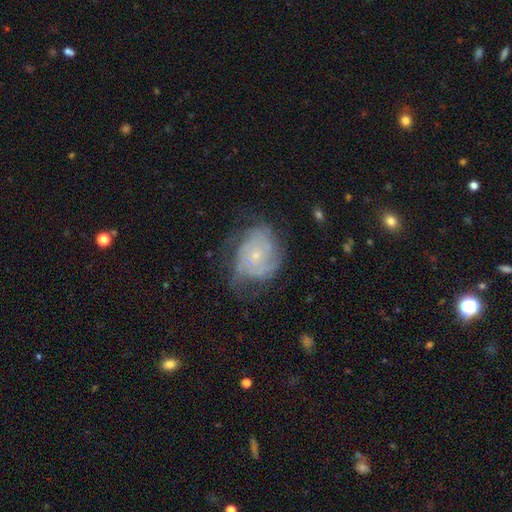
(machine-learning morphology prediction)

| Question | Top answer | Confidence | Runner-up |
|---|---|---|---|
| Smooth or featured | featured or disk | 72% | smooth (20%) |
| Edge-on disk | no | 97% | yes (3%) |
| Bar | no | 80% | weak (18%) |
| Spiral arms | yes | 87% | no (13%) |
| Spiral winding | tight | 56% | medium (32%) |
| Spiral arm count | can't tell | 43% | 3 (18%) |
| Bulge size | small | 79% | moderate (16%) |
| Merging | none | 52% | minor disturbance (27%) |